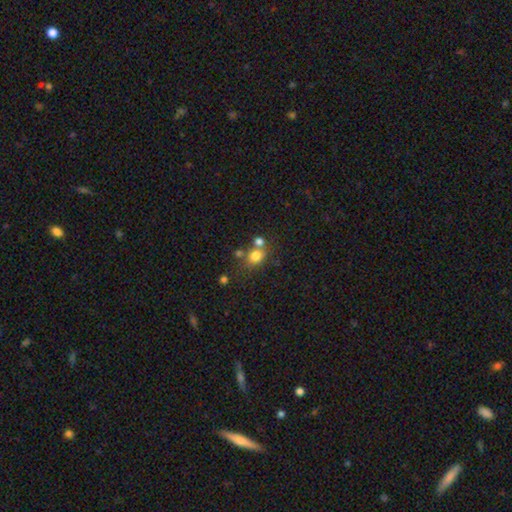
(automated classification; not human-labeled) Overall: smooth (77%). How rounded: round (65%; in between 34%). Merging: none (55%; merger 28%).